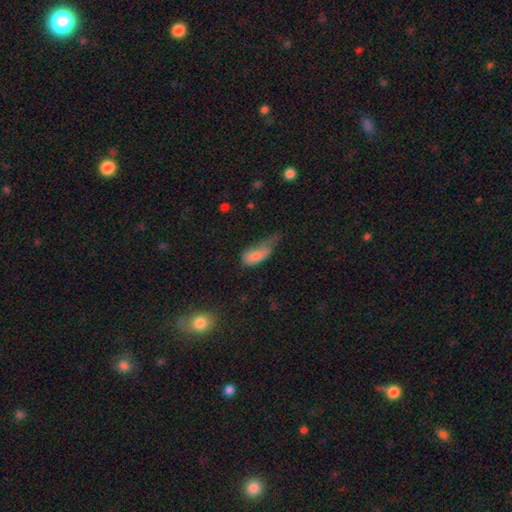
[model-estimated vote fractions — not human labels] This appears to be a smooth galaxy with no disk features (78%) that is in between round and cigar-shaped (85%). Merging: major disturbance (45%).